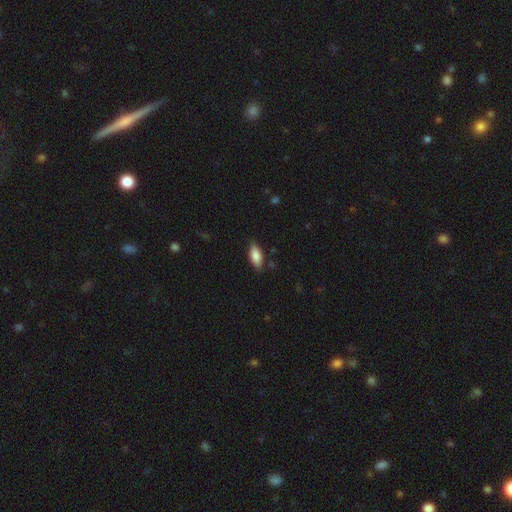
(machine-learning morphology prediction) smooth-or-featured: smooth: 85% | featured or disk: 9% | star or artifact: 6%
  how-rounded: in between: 87% | cigar-shaped: 11% | round: 2%
  merging: none: 83% | minor disturbance: 14% | major disturbance: 3% | merger: 1%